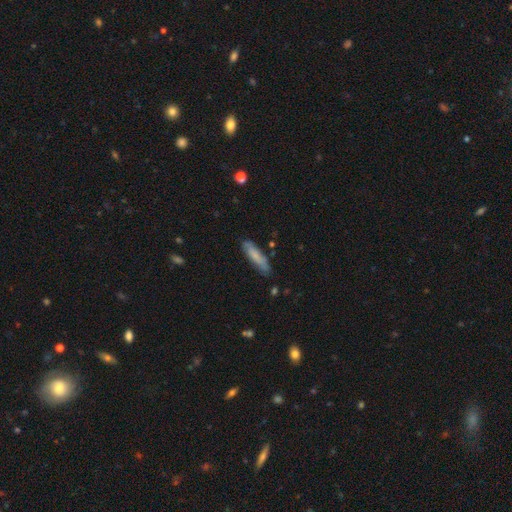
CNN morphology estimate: smooth-or-featured: smooth: 68% | featured or disk: 26% | star or artifact: 6%
  how-rounded: cigar-shaped: 72% | in between: 27% | round: 1%
  merging: none: 77% | minor disturbance: 17% | major disturbance: 3% | merger: 2%